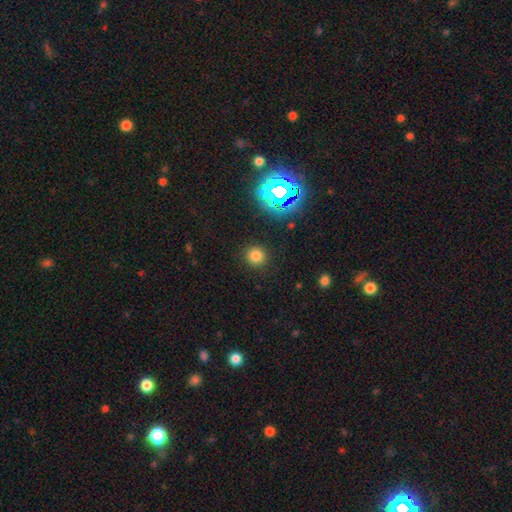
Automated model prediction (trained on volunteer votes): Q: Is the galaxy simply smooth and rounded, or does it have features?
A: smooth — 75%.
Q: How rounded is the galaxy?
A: round — 90%.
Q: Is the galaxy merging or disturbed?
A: none — 90%.